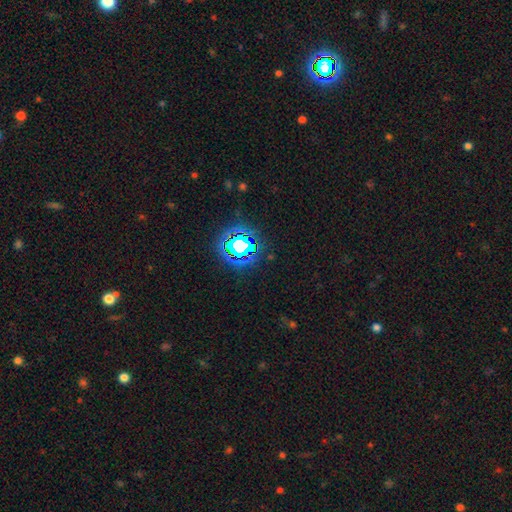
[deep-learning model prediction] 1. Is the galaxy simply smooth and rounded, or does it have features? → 80% star or artifact, 13% smooth, 7% featured or disk.